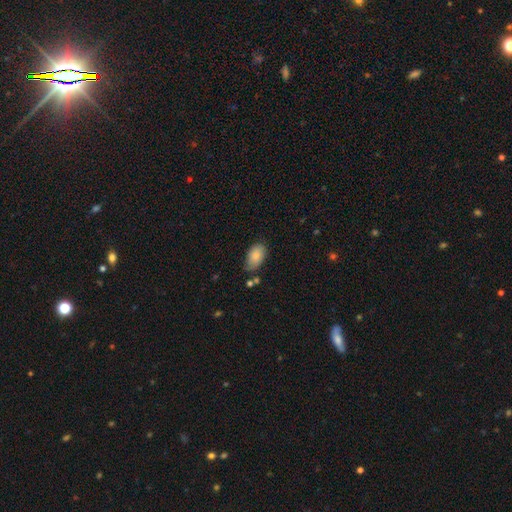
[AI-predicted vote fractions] Smooth or featured? Predicted: smooth (p=0.84). How rounded? Predicted: in between (p=0.93). Merging? Predicted: none (p=0.67).